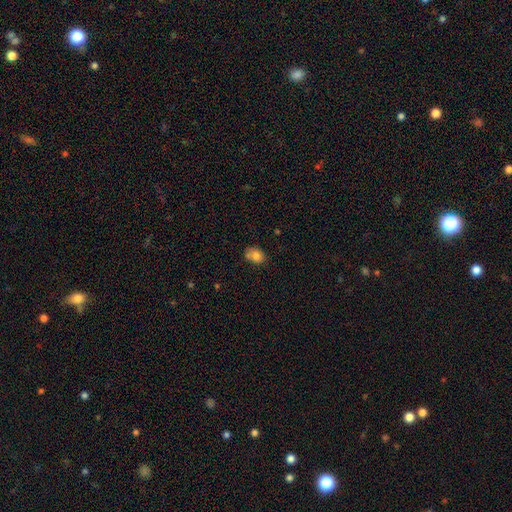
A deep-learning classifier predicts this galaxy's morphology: A smooth galaxy with no disk features (78%) that is in between round and cigar-shaped (67%).

Vote fractions:
- Smooth or featured? smooth: 78% / featured or disk: 12% / star or artifact: 10%
- How rounded? in between: 67% / round: 32% / cigar-shaped: 1%
- Merging? none: 53% / minor disturbance: 24% / merger: 16% / major disturbance: 7%